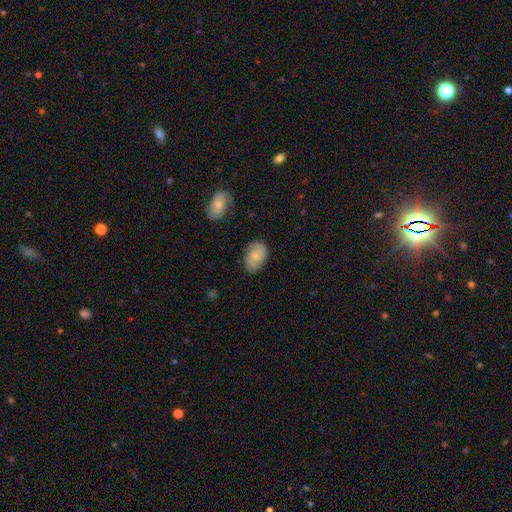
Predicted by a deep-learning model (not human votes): Smooth or featured?
  - smooth: 55% *
  - featured or disk: 38%
  - star or artifact: 7%
How rounded?
  - in between: 85% *
  - round: 14%
  - cigar-shaped: 1%
Merging?
  - none: 76% *
  - minor disturbance: 18%
  - major disturbance: 4%
  - merger: 2%